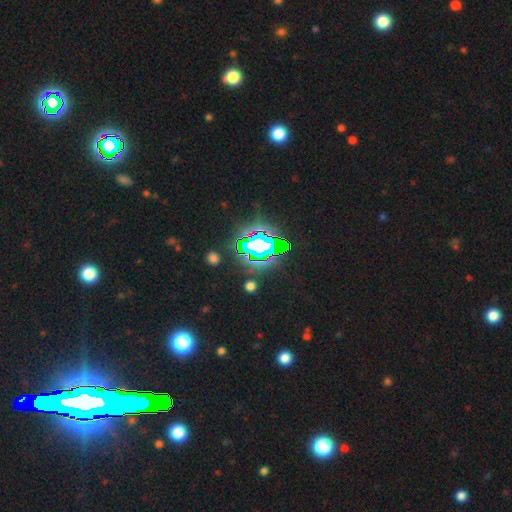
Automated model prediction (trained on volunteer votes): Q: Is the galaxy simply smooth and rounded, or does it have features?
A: star or artifact — 82%.